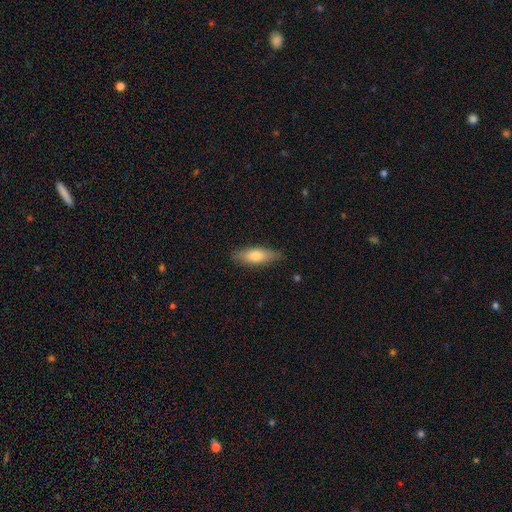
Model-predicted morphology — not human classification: Q: Smooth or featured?
A: smooth (71%); runner-up: featured or disk (23%)
Q: How rounded?
A: in between (62%); runner-up: cigar-shaped (35%)
Q: Merging?
A: none (84%); runner-up: minor disturbance (13%)